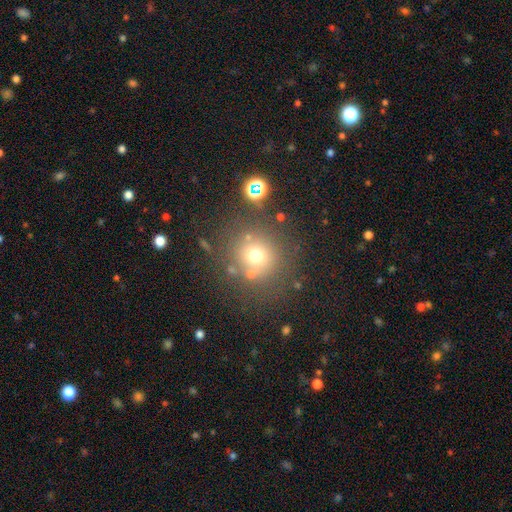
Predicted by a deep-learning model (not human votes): A smooth galaxy with no disk features (67%) that is round (91%). Merging: none (76%).